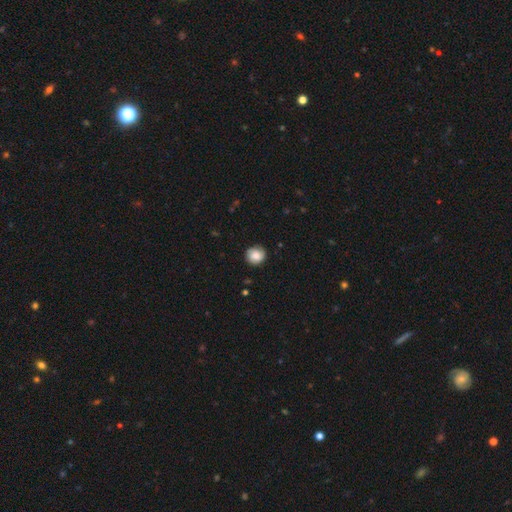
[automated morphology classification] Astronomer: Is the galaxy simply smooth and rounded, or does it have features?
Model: smooth — 81%.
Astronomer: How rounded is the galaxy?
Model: round — 88%.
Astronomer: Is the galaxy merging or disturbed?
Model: none — 83%.